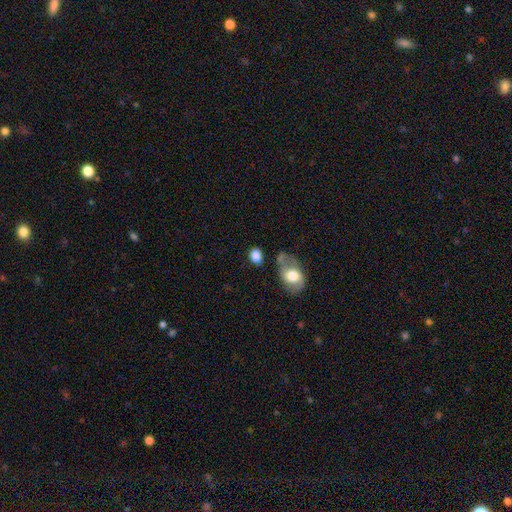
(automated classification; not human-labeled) This appears to be a smooth galaxy with no disk features (82%) that is in between round and cigar-shaped (65%). Merging: none (63%).